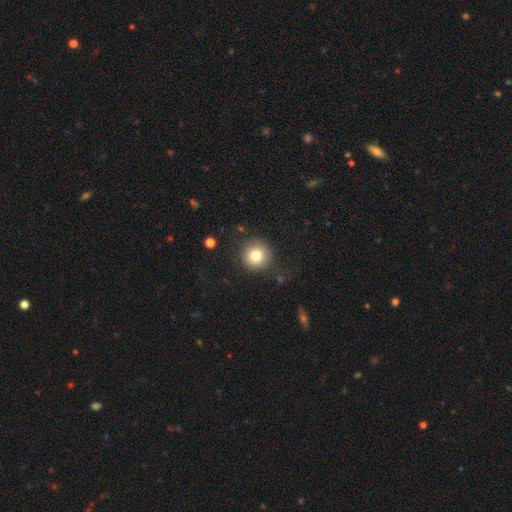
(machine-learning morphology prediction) smooth_or_featured: smooth (p=0.79) [alt: star or artifact p=0.11]
how_rounded: round (p=0.94) [alt: in between p=0.05]
merging: none (p=0.85) [alt: minor disturbance p=0.09]